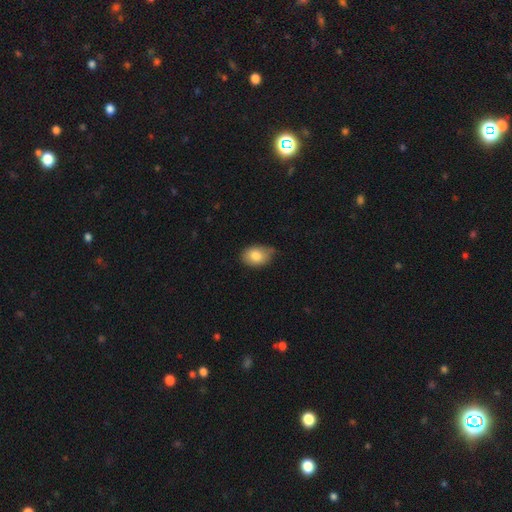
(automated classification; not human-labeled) Smooth or featured? Predicted: smooth (p=0.83). How rounded? Predicted: in between (p=0.79). Merging? Predicted: none (p=0.60).